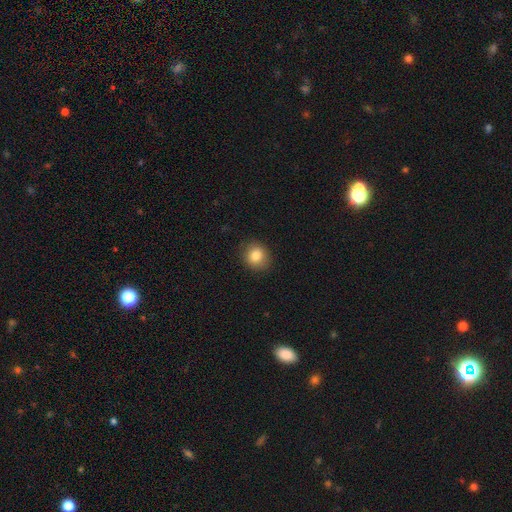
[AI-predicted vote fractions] smooth 84%, star or artifact 9%, featured or disk 6%. Down the decision tree: how rounded — round (78%); merging — none (87%).